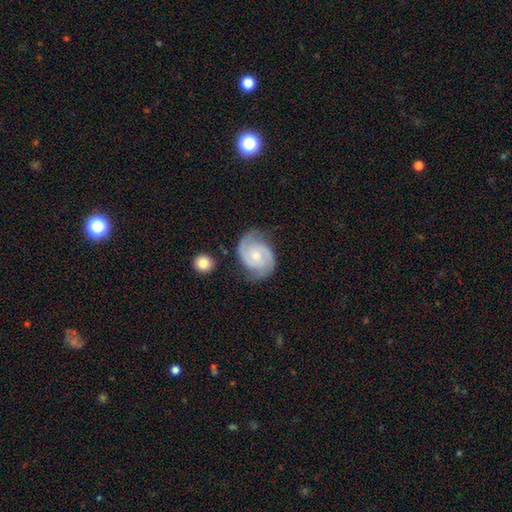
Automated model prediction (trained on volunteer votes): Morphology: type=featured or disk (85%); edge-on=no (98%); bar=no (60%); spiral arms=yes (97%); winding=medium (45%, tied with tight); arm count=2 (90%); bulge=small (49%); merging=none (75%).